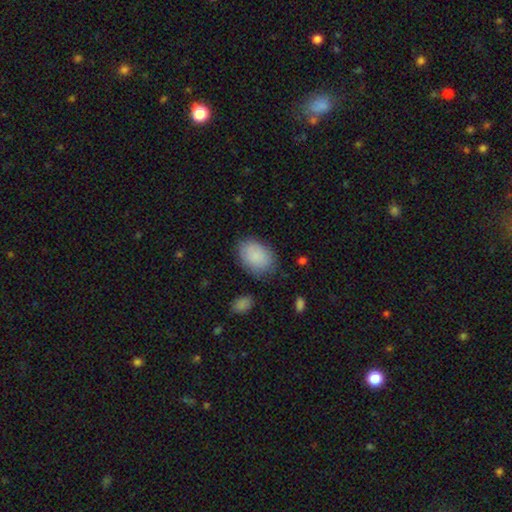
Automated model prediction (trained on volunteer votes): Smooth or featured? smooth (87%)
How rounded? in between (82%)
Merging? none (78%)